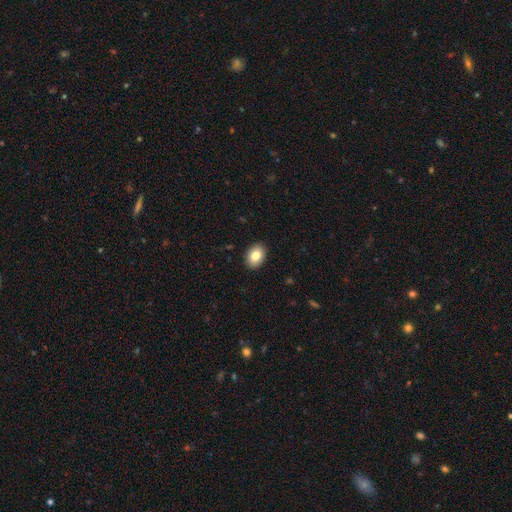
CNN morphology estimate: smooth 83%, featured or disk 8%, star or artifact 8%. Down the decision tree: how rounded — in between (72%); merging — none (91%).